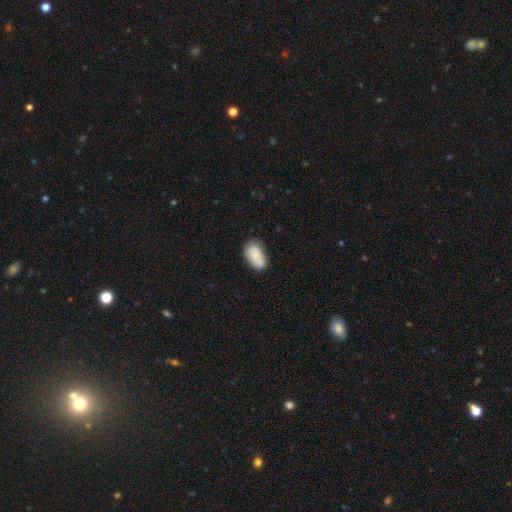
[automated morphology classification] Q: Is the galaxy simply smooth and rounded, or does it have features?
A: smooth — 78%.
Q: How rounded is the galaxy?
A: in between — 93%.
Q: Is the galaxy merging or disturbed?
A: none — 68%.